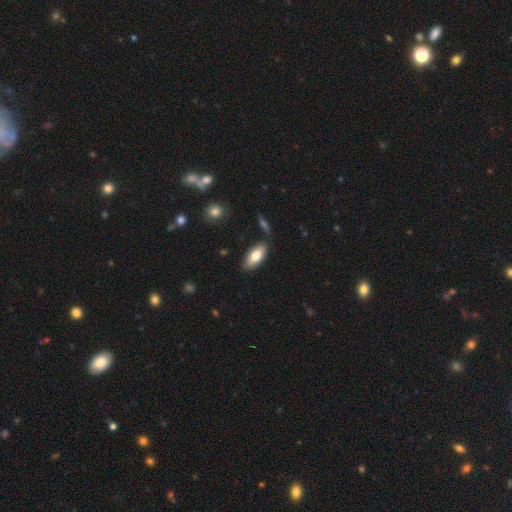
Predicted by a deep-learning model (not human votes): Overall: smooth (77%). How rounded: in between (86%). Merging: none (83%).